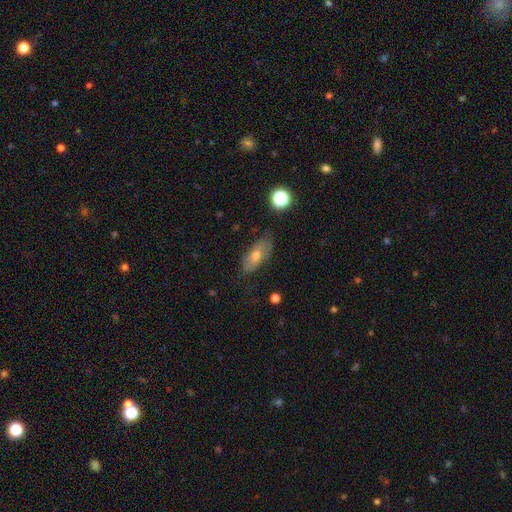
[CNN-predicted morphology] smooth-or-featured: smooth: 53% | featured or disk: 36% | star or artifact: 11%
  how-rounded: in between: 78% | cigar-shaped: 15% | round: 6%
  merging: none: 75% | minor disturbance: 19% | major disturbance: 5% | merger: 2%